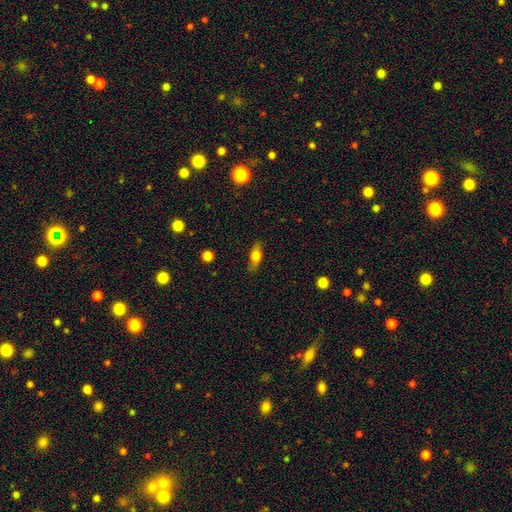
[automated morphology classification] smooth 61%, featured or disk 31%, star or artifact 8%. Down the decision tree: how rounded — in between (60%); merging — none (83%).